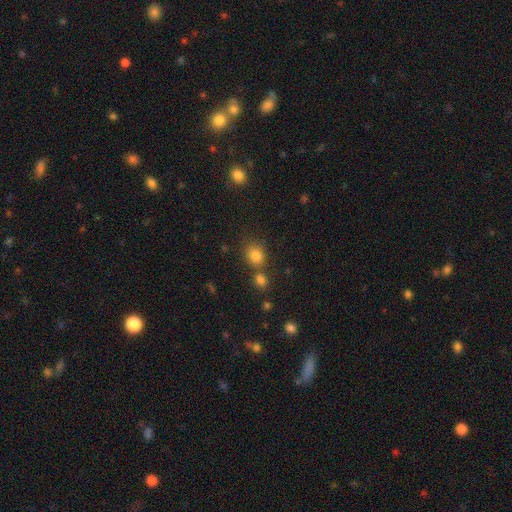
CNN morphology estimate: This is clearly a smooth galaxy (80%). How rounded: possibly round (59%). Merging: likely none (62%).